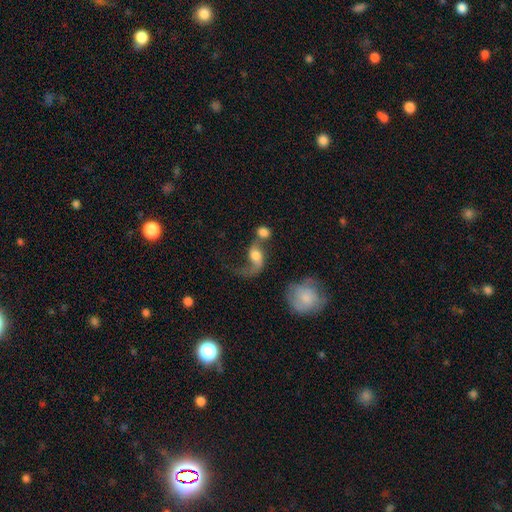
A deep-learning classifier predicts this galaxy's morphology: featured or disk 59%, smooth 32%, star or artifact 9%. Down the decision tree: edge-on disk — no (96%); bar — no (58%); spiral arms — yes (85%); bulge size — moderate (44%); merging — merger (41%).